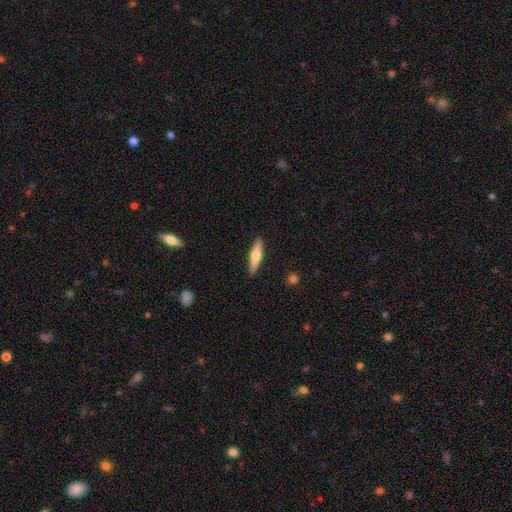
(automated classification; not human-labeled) Q: Smooth or featured?
A: featured or disk (54%); runner-up: smooth (41%)
Q: Edge-on disk?
A: yes (95%); runner-up: no (5%)
Q: Edge-on bulge?
A: rounded (94%); runner-up: boxy (3%)
Q: Merging?
A: none (90%); runner-up: minor disturbance (7%)